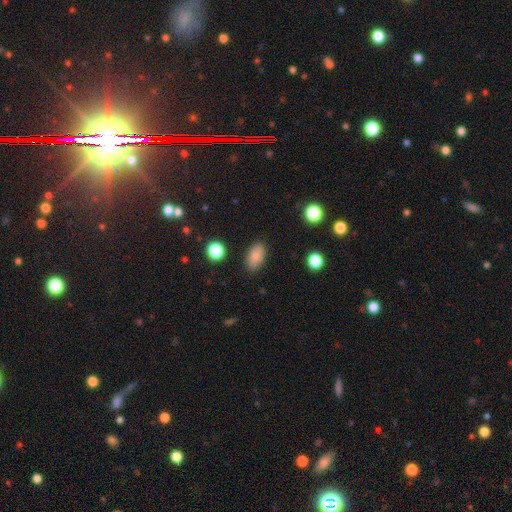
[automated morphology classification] The model was most divided on "merging": none: 87%, minor disturbance: 10%, major disturbance: 3%, merger: 1%. More confident: how rounded — in between (92%); smooth or featured — smooth (86%).